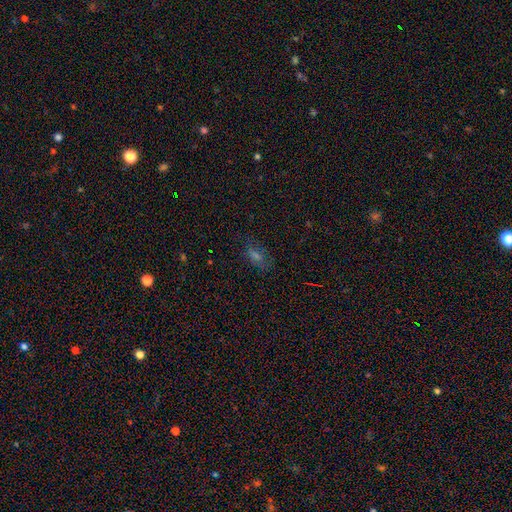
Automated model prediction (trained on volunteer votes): Q: Smooth or featured?
A: smooth (42%); runner-up: star or artifact (34%)
Q: Merging?
A: none (73%); runner-up: minor disturbance (17%)